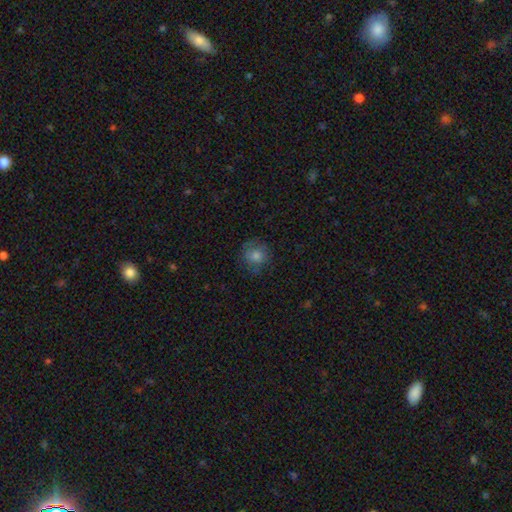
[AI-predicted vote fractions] smooth_or_featured: smooth (p=0.72) [alt: featured or disk p=0.15]
how_rounded: round (p=0.86) [alt: in between p=0.13]
merging: none (p=0.76) [alt: minor disturbance p=0.16]